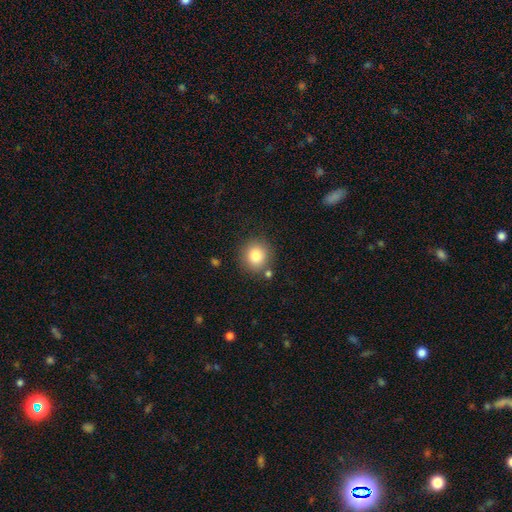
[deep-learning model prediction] Smooth or featured: smooth — 82% (star or artifact — 10%)
How rounded: round — 87% (in between — 13%)
Merging: none — 82% (minor disturbance — 9%)